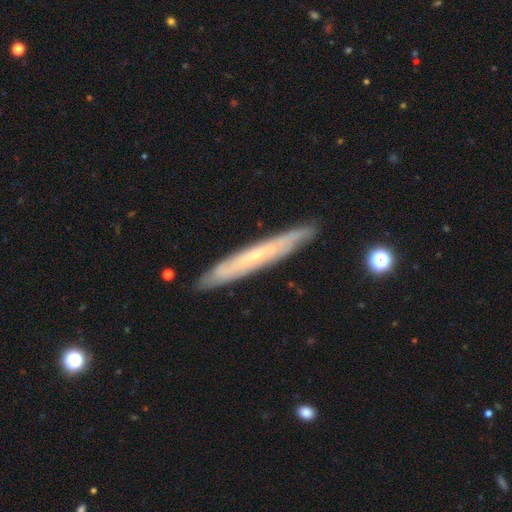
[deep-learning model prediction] smooth-or-featured: featured or disk: 61% | smooth: 33% | star or artifact: 6%
  disk-edge-on: yes: 77% | no: 23%
  merging: none: 87% | minor disturbance: 10% | major disturbance: 2% | merger: 1%